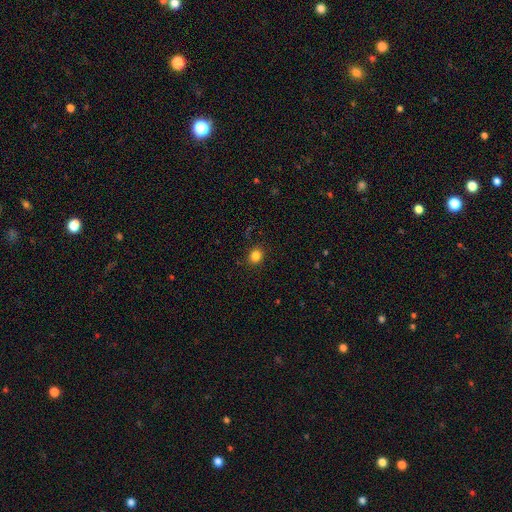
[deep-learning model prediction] Q: Smooth or featured?
A: smooth (83%); runner-up: star or artifact (12%)
Q: How rounded?
A: round (76%); runner-up: in between (23%)
Q: Merging?
A: none (88%); runner-up: minor disturbance (8%)